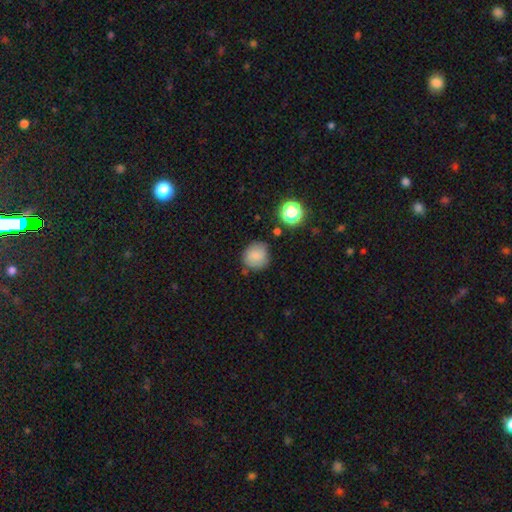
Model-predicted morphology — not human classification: This is likely a smooth galaxy (80%). How rounded: clearly round (87%). Merging: likely none (75%).